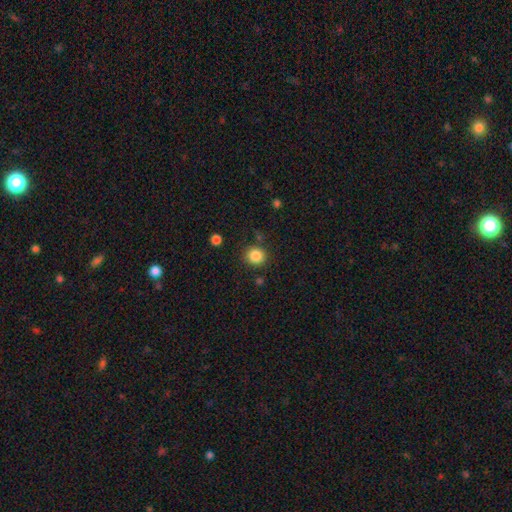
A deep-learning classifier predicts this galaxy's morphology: smooth_or_featured: smooth (p=0.86) [alt: star or artifact p=0.10]
how_rounded: round (p=0.87) [alt: in between p=0.12]
merging: none (p=0.85) [alt: minor disturbance p=0.08]